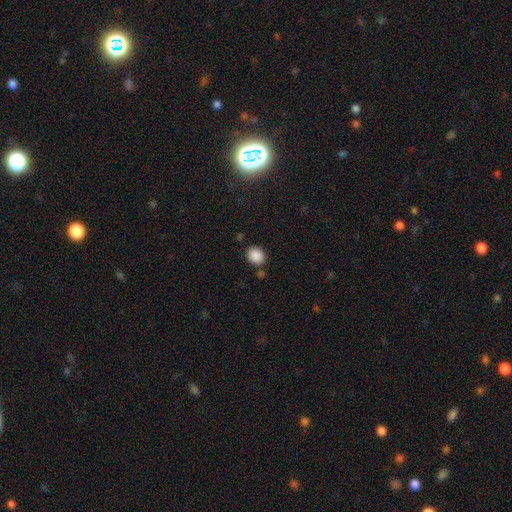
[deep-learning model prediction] Smooth or featured: smooth — 88% (star or artifact — 9%)
How rounded: round — 67% (in between — 32%)
Merging: none — 83% (minor disturbance — 9%)